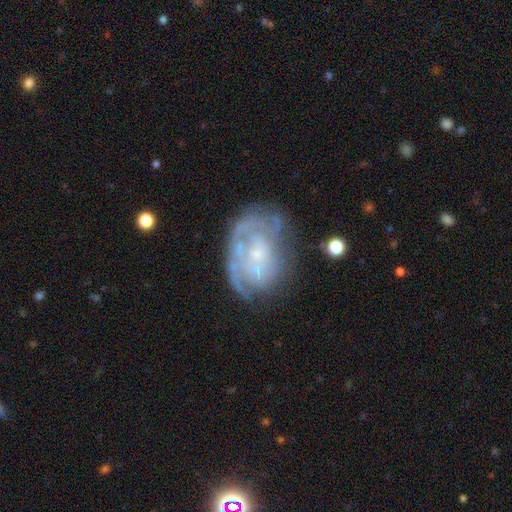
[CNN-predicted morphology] The model was most divided on "merging": none: 55%, minor disturbance: 24%, major disturbance: 16%, merger: 4%. More confident: edge-on disk — no (97%); bar — no (79%); smooth or featured — featured or disk (74%); spiral arms — yes (69%); bulge size — small (67%).